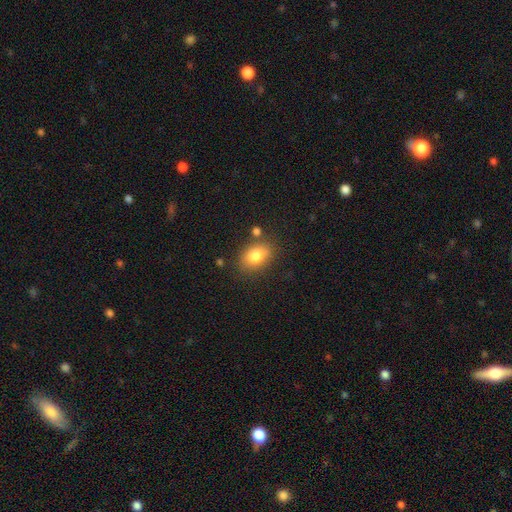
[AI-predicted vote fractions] smooth 81%, featured or disk 10%, star or artifact 9%. Down the decision tree: how rounded — in between (73%); merging — none (76%).